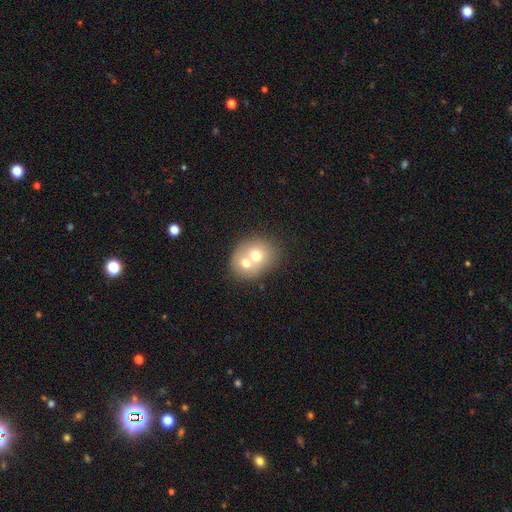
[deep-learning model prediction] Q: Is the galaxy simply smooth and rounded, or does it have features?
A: smooth — 64%.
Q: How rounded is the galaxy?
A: round — 64%.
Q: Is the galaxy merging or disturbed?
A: merger — 67%.